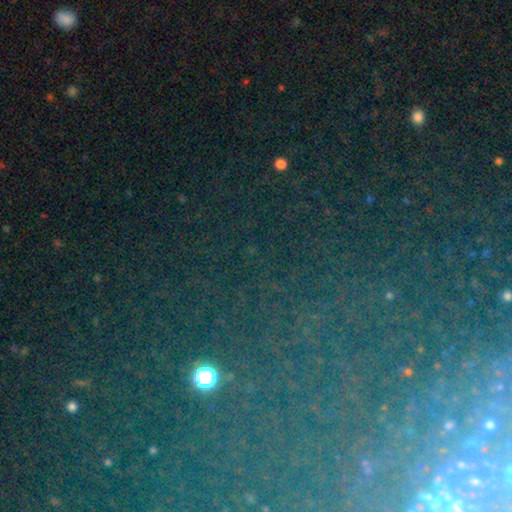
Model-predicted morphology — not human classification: A star or artifact, not a galaxy (74%).